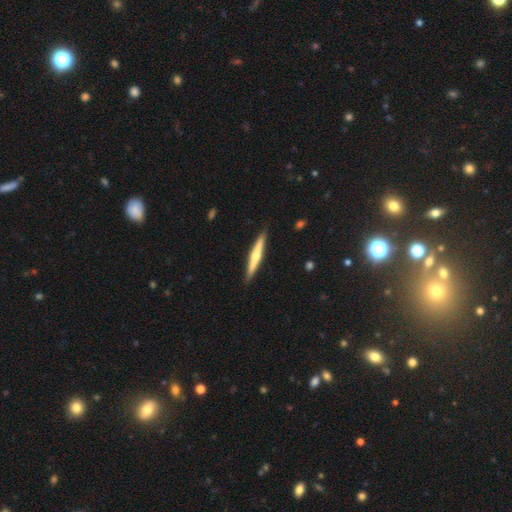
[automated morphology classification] type=featured or disk (57%); edge-on=yes (97%); edge-on bulge=rounded (74%); merging=none (90%).